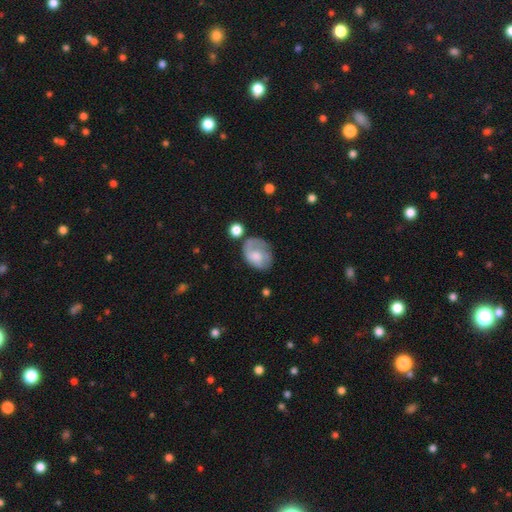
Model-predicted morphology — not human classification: Q: Smooth or featured?
A: smooth (54%); runner-up: featured or disk (38%)
Q: How rounded?
A: in between (65%); runner-up: round (34%)
Q: Merging?
A: none (43%); runner-up: minor disturbance (29%)